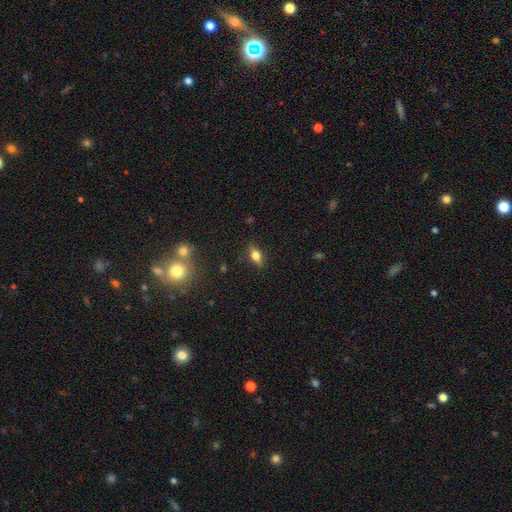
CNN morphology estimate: A smooth galaxy with no disk features (68%) that is in between round and cigar-shaped (81%). Merging: none (86%).